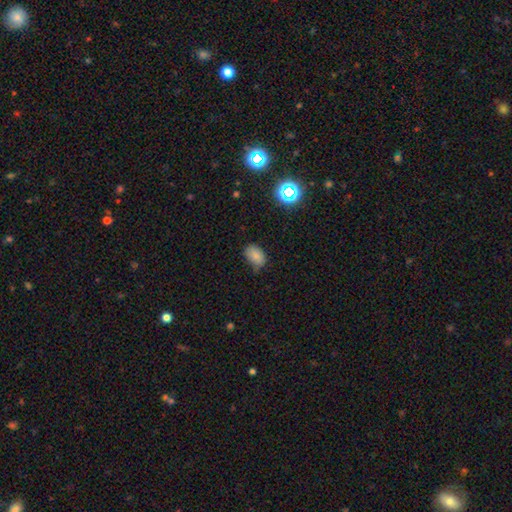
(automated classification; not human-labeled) smooth-or-featured: smooth: 79% | star or artifact: 13% | featured or disk: 8%
  how-rounded: in between: 84% | round: 15% | cigar-shaped: 1%
  merging: none: 61% | minor disturbance: 31% | major disturbance: 6% | merger: 2%